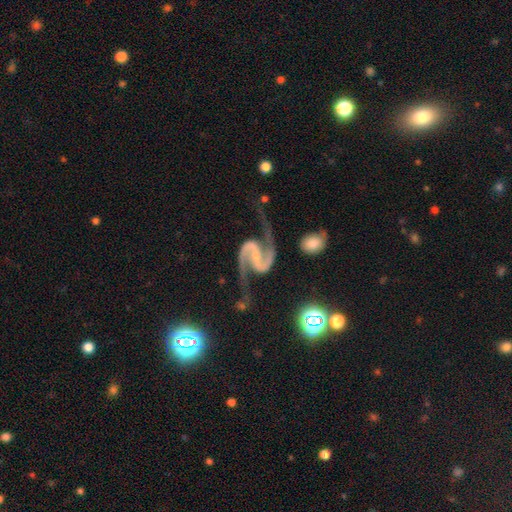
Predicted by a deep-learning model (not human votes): A featured or disk galaxy (94%) with a weak bar (39%), 2 (95%) medium (52%) spiral arms (99%) and a small central bulge (52%).

Vote fractions:
- Smooth or featured? featured or disk: 94% / star or artifact: 4% / smooth: 2%
- Edge-on disk? no: 98% / yes: 2%
- Bar? weak: 39% / strong: 36% / no: 25%
- Spiral arms? yes: 99% / no: 1%
- Spiral winding? medium: 52% / loose: 39% / tight: 10%
- Spiral arm count? 2: 95% / can't tell: 1% / 1: 1% / 3: 1% / 4: 1% / more than 4: 1%
- Bulge size? small: 52% / none: 33% / moderate: 12% / large: 2% / dominant: 1%
- Merging? none: 66% / minor disturbance: 18% / major disturbance: 12% / merger: 4%